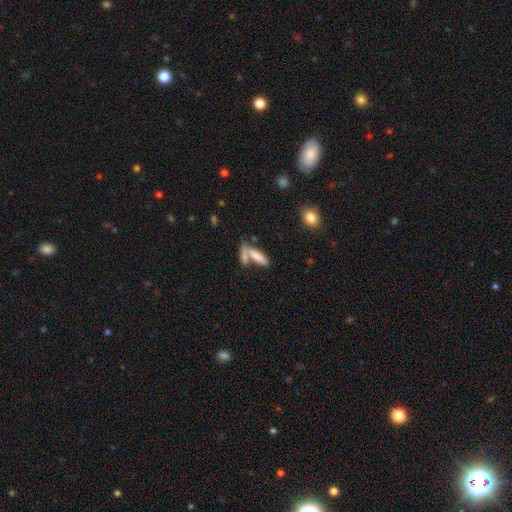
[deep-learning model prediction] Overall: smooth (78%). How rounded: cigar-shaped (57%; in between 40%). Merging: merger (45%; none 41%).